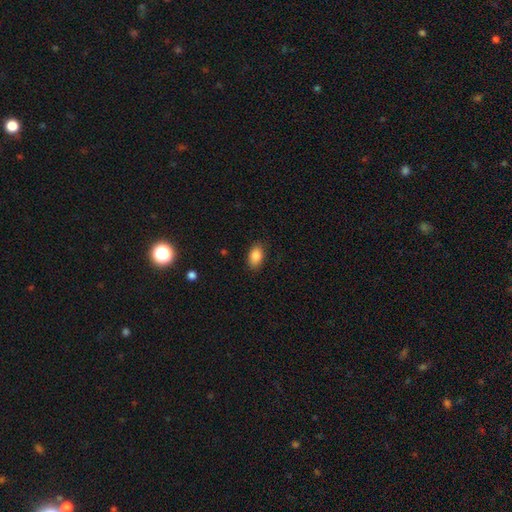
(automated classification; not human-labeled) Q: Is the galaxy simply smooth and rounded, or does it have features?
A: smooth — 88%.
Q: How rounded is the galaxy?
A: in between — 89%.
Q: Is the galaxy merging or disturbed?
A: none — 85%.